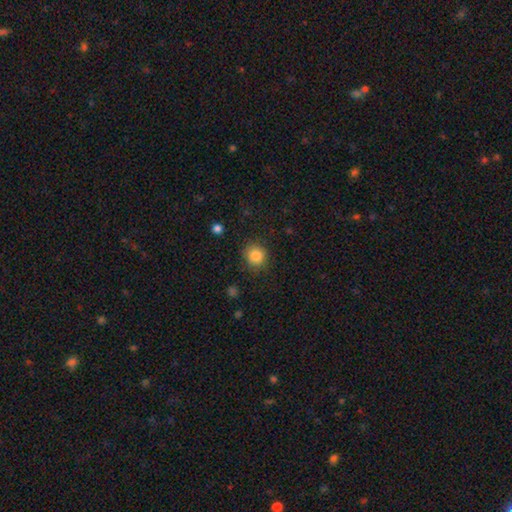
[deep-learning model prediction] smooth 84%, star or artifact 11%, featured or disk 5%. Down the decision tree: how rounded — round (88%); merging — none (86%).